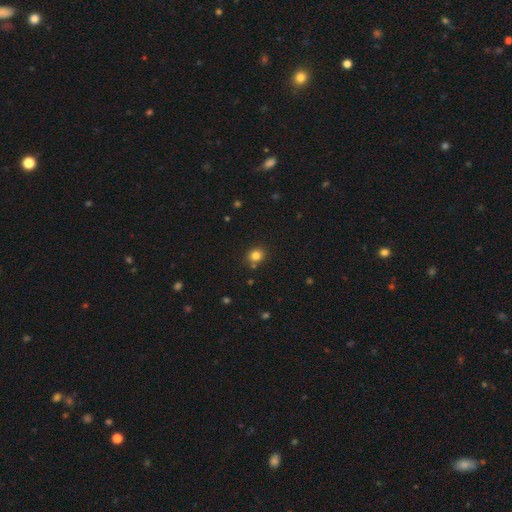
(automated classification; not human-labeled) This appears to be a smooth galaxy with no disk features (81%) that is round (80%). Merging: none (80%).